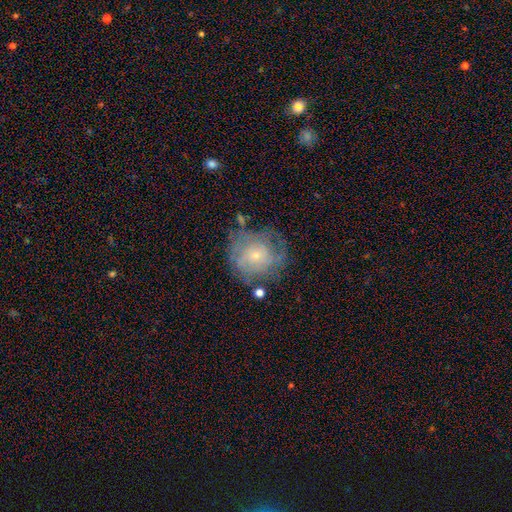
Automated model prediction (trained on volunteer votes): featured or disk 57%, smooth 34%, star or artifact 9%. Down the decision tree: edge-on disk — no (97%); bar — no (82%); spiral arms — yes (63%); bulge size — small (75%); merging — none (59%).